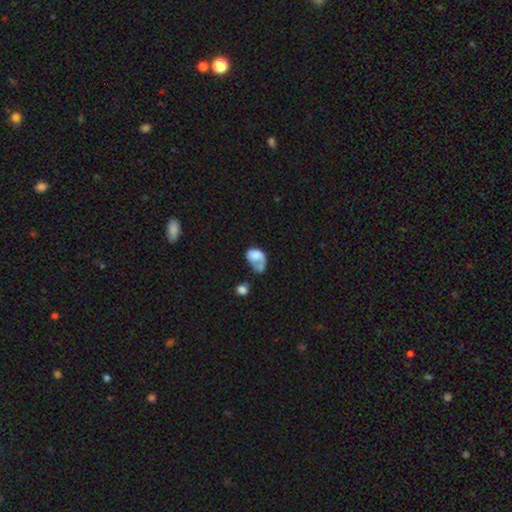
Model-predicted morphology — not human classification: Smooth or featured? smooth (60%)
How rounded? in between (73%)
Merging? major disturbance (38%)